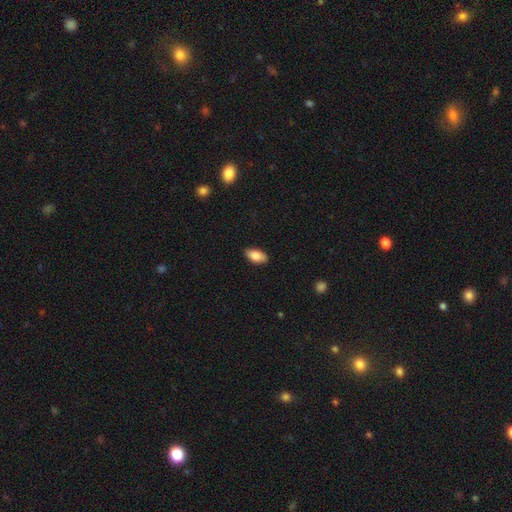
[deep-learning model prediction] Smooth or featured: smooth — 86% (featured or disk — 7%)
How rounded: in between — 93% (cigar-shaped — 4%)
Merging: none — 86% (minor disturbance — 11%)